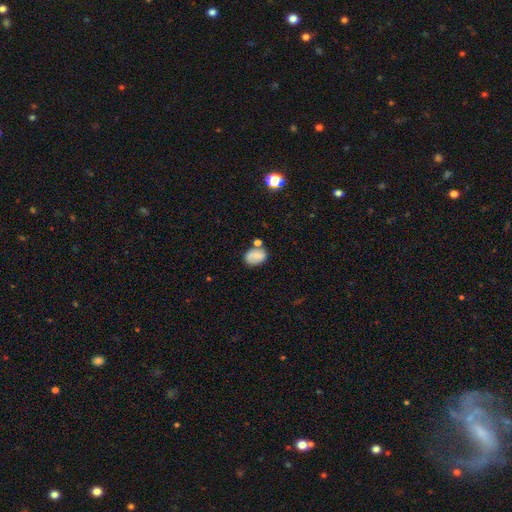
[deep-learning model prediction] Q: Smooth or featured?
A: smooth (67%); runner-up: featured or disk (24%)
Q: How rounded?
A: in between (69%); runner-up: round (30%)
Q: Merging?
A: none (58%); runner-up: minor disturbance (20%)